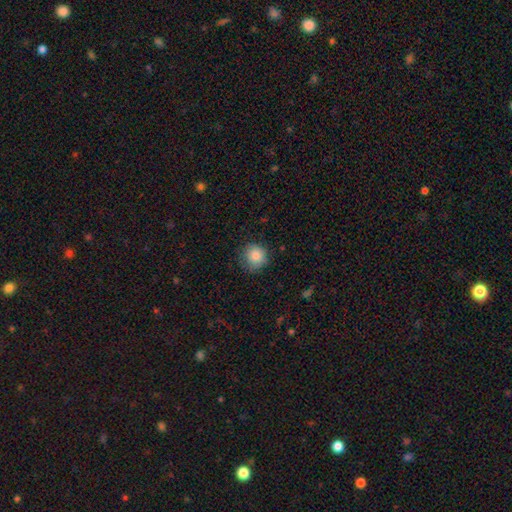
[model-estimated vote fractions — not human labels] A smooth galaxy with no disk features (85%) that is round (92%). Merging: none (81%).